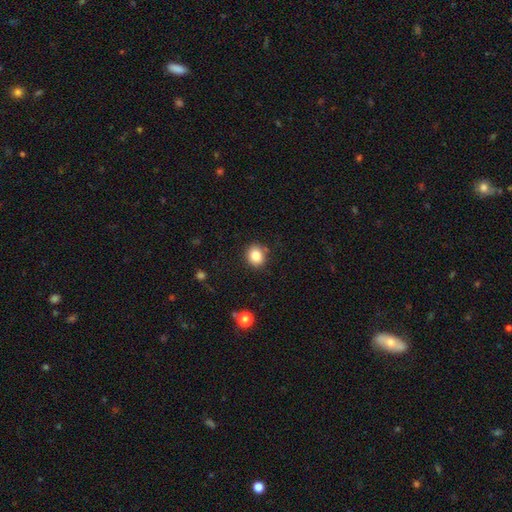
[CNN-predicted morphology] Q: Smooth or featured?
A: smooth (85%); runner-up: star or artifact (10%)
Q: How rounded?
A: round (66%); runner-up: in between (33%)
Q: Merging?
A: none (85%); runner-up: minor disturbance (10%)